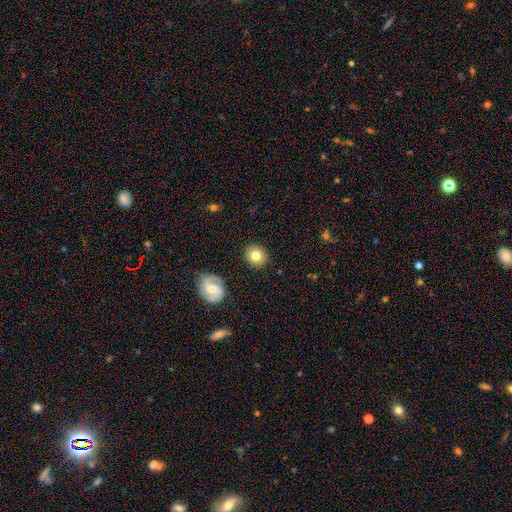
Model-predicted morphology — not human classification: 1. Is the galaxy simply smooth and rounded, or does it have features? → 78% smooth, 15% featured or disk, 8% star or artifact.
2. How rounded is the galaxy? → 81% round, 18% in between, 1% cigar-shaped.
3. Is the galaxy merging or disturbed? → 89% none, 7% minor disturbance, 2% major disturbance, 2% merger.